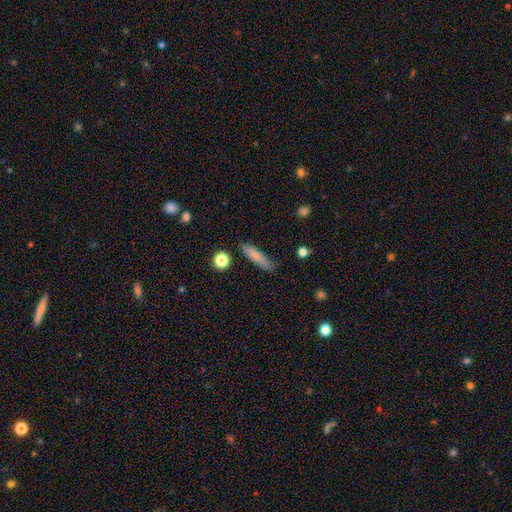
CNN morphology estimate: A smooth galaxy with no disk features (79%) that is cigar-shaped (74%). Merging: none (80%).